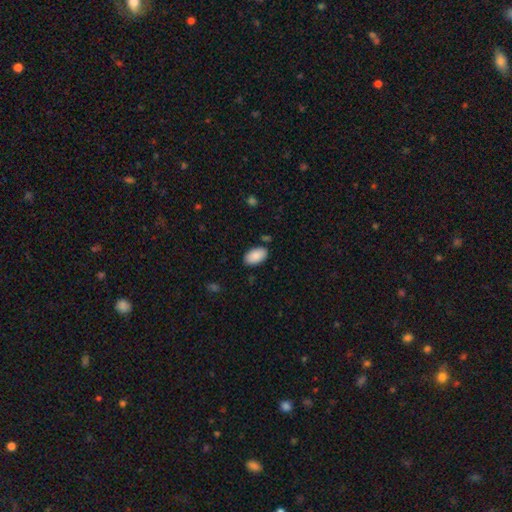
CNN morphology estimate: This appears to be a smooth galaxy with no disk features (90%) that is in between round and cigar-shaped (95%). Merging: none (85%).